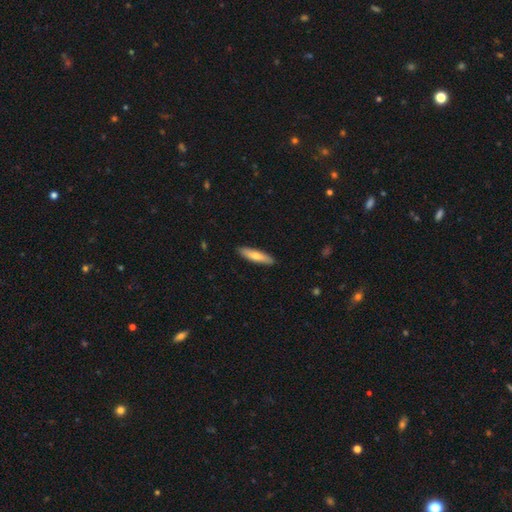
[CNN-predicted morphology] Overall: smooth (68%). How rounded: cigar-shaped (73%). Merging: none (89%).